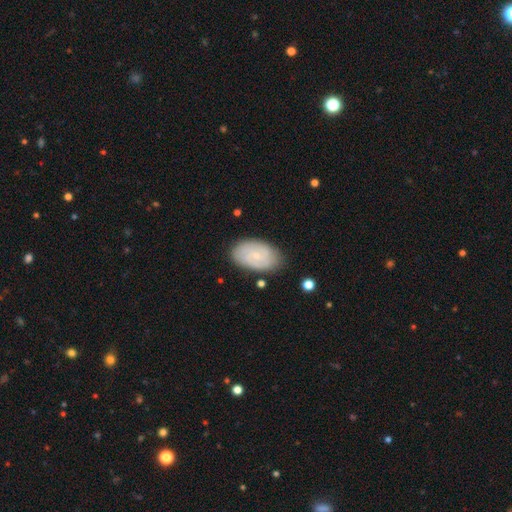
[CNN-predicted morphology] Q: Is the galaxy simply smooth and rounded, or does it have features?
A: featured or disk — 54%.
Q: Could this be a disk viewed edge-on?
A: no — 95%.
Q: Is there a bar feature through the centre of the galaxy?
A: no — 69%.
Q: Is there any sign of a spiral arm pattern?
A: yes — 76%.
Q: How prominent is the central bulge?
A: small — 80%.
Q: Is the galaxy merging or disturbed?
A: none — 78%.